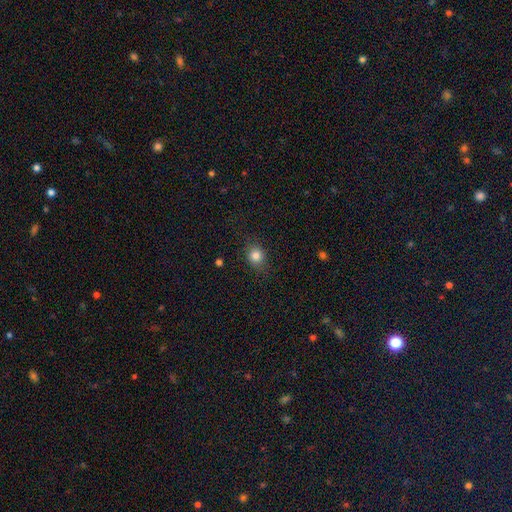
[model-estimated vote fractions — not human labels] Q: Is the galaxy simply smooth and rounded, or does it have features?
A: smooth — 83%.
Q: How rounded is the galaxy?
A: round — 74%.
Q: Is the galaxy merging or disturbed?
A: none — 84%.